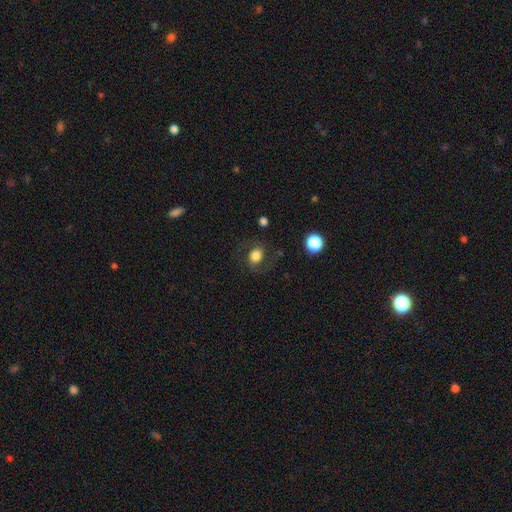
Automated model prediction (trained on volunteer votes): Morphology: type=smooth (62%); roundness=round (56%); merging=none (70%).